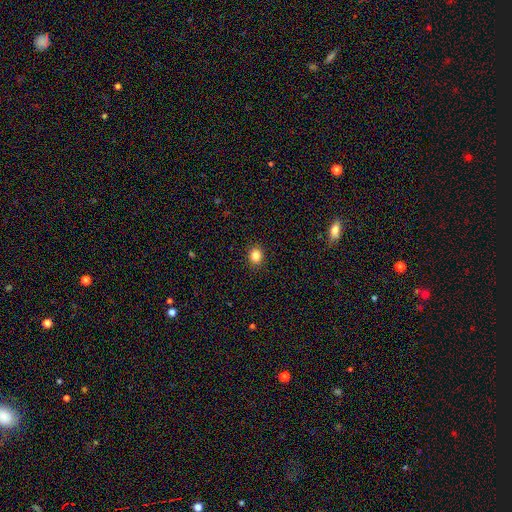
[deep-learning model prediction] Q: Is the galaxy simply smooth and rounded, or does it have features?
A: smooth — 84%.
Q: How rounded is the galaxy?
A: round — 61%.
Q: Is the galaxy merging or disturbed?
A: none — 91%.